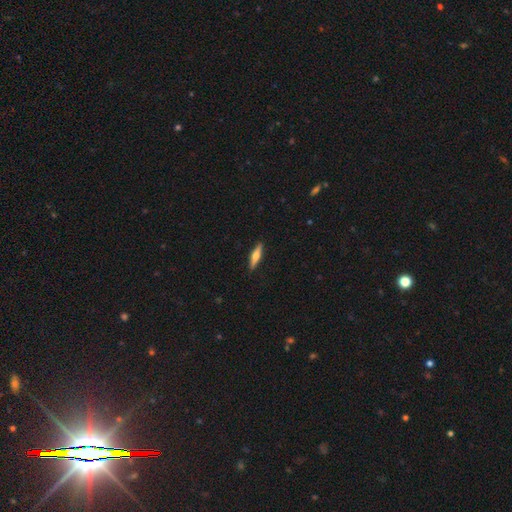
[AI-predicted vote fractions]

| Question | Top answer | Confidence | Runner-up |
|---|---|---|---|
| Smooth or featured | featured or disk | 49% | smooth (45%) |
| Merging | none | 90% | minor disturbance (7%) |